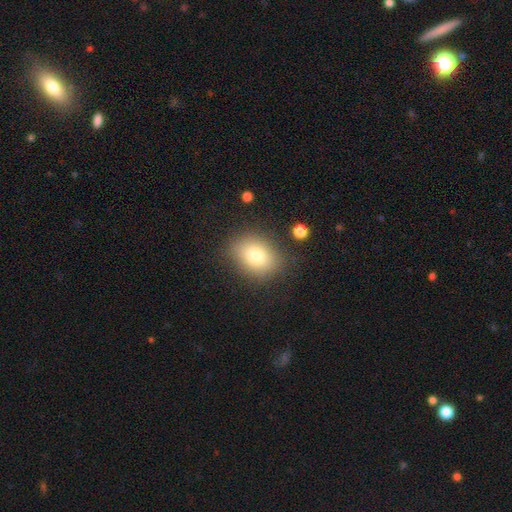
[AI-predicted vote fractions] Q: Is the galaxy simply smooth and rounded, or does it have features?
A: smooth — 78%.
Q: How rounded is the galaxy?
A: in between — 58%.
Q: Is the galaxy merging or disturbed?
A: none — 81%.